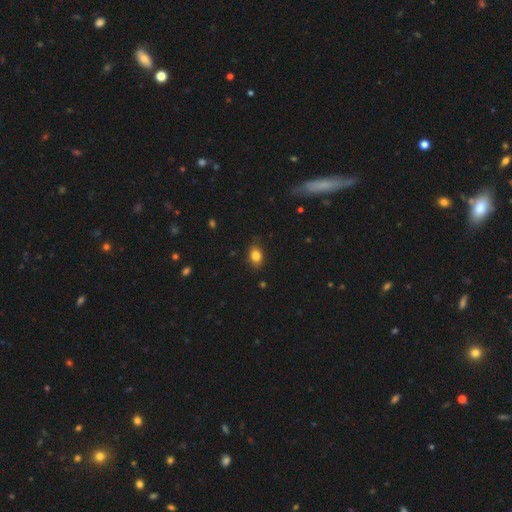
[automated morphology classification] This appears to be a smooth galaxy with no disk features (83%) that is in between round and cigar-shaped (70%). Merging: none (84%).